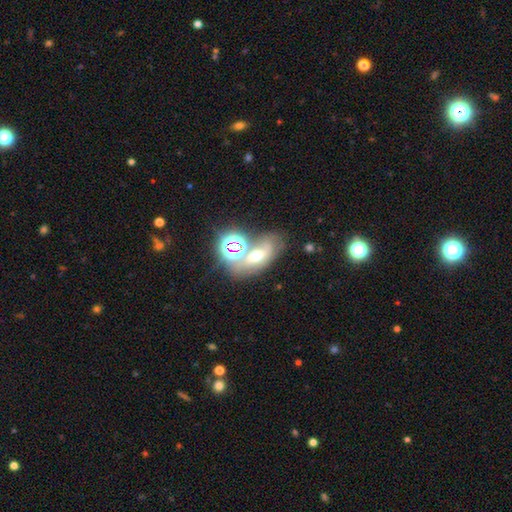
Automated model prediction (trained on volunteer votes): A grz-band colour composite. It shows a smooth galaxy with no disk features (38%). Merging: none (44%).